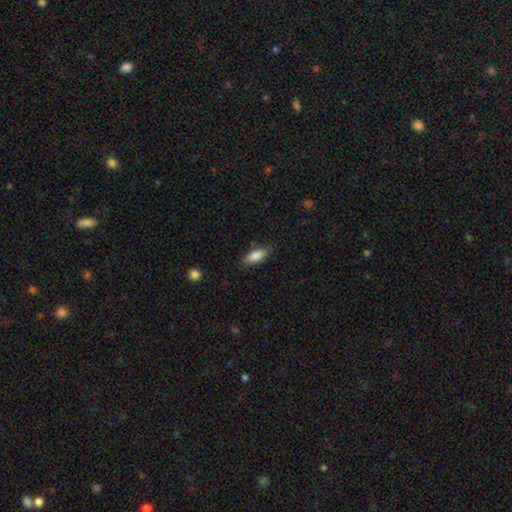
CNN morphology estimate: Q: Smooth or featured?
A: smooth (86%); runner-up: featured or disk (8%)
Q: How rounded?
A: in between (76%); runner-up: cigar-shaped (22%)
Q: Merging?
A: none (82%); runner-up: minor disturbance (14%)